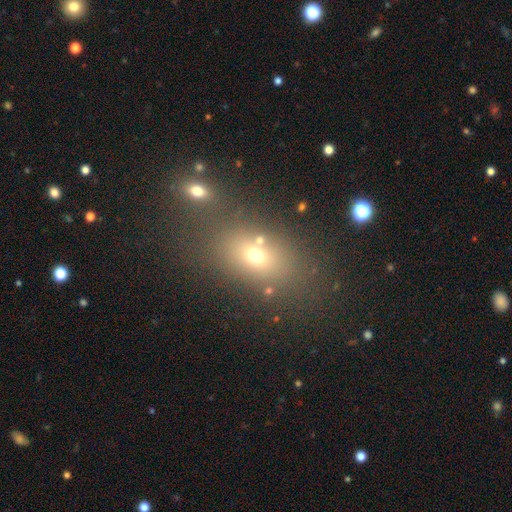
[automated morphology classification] This appears to be a smooth galaxy with no disk features (63%) that is in between round and cigar-shaped (72%). Merging: none (64%).